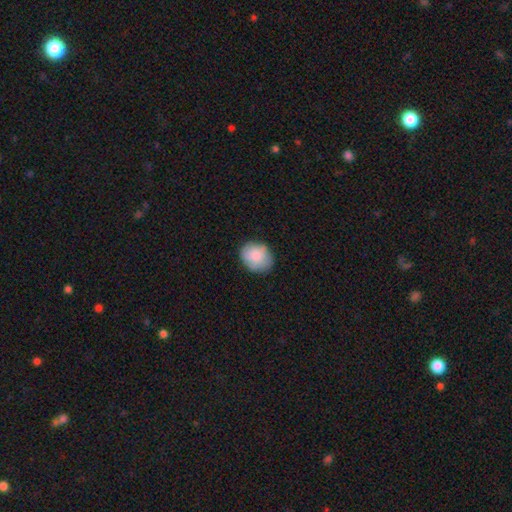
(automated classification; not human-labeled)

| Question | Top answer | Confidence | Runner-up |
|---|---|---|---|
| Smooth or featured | smooth | 84% | featured or disk (9%) |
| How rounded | round | 65% | in between (34%) |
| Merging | none | 77% | minor disturbance (18%) |